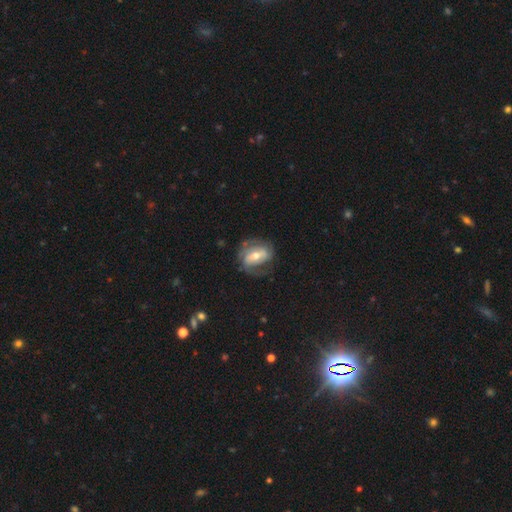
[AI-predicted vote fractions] This appears to be a featured or disk galaxy (72%) with a weak bar (40%), 2 (58%) tight (43%) spiral arms (82%) and a moderate central bulge (70%). Merging: none (60%).